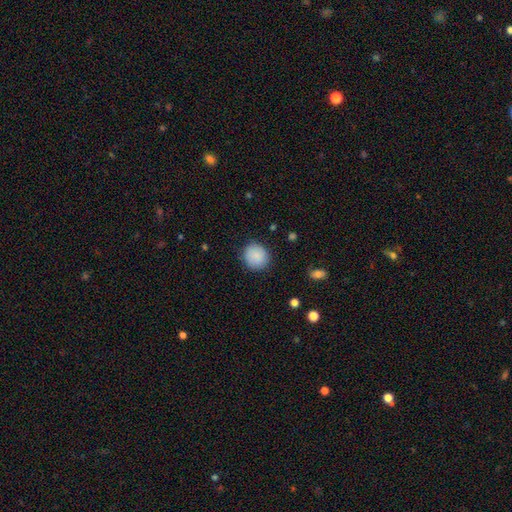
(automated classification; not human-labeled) smooth_or_featured: smooth (p=0.88) [alt: star or artifact p=0.08]
how_rounded: round (p=0.88) [alt: in between p=0.11]
merging: none (p=0.87) [alt: minor disturbance p=0.09]